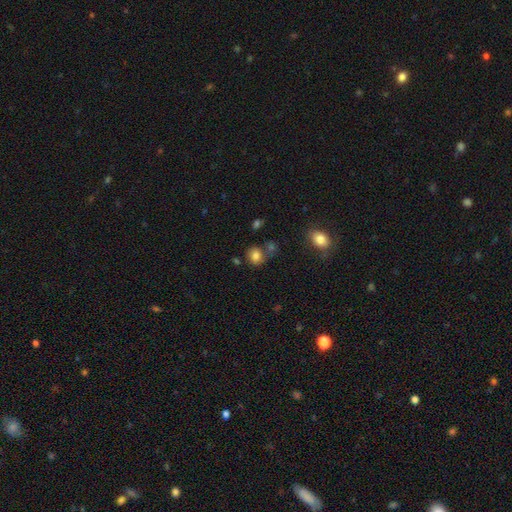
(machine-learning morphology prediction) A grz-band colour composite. It shows a smooth galaxy with no disk features (80%) that is round (61%). Merging: none (60%).